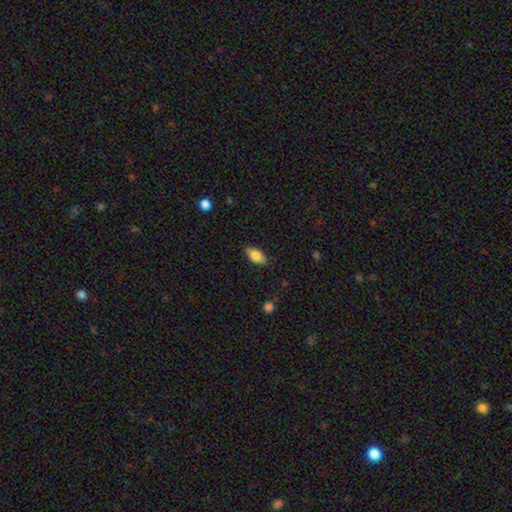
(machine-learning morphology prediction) The model was most divided on "smooth or featured": smooth: 81%, featured or disk: 12%, star or artifact: 7%. More confident: how rounded — in between (89%); merging — none (86%).